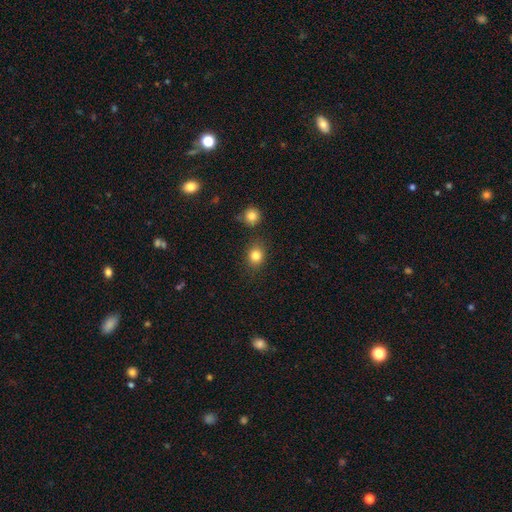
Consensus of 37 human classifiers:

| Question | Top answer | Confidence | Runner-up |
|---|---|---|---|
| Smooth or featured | smooth | 86% | featured or disk (8%) |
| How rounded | round | 78% | in between (22%) |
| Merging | none | 83% | minor disturbance (14%) |